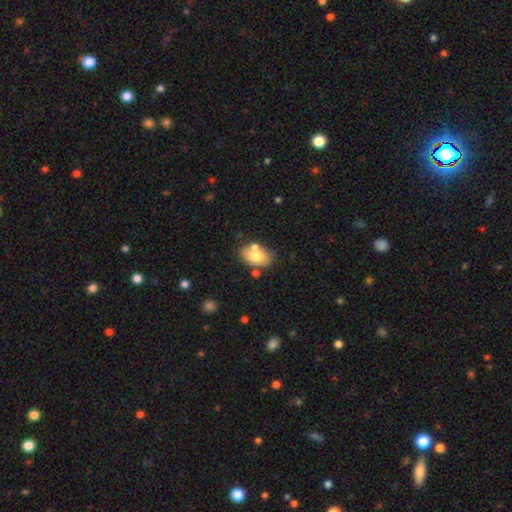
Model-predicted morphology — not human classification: This is likely a smooth galaxy (72%). How rounded: clearly in between (85%). Merging: likely none (62%).